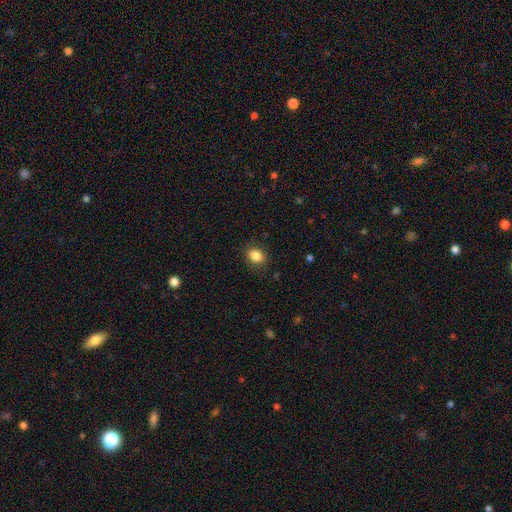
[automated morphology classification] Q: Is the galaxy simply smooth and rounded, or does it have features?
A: smooth — 85%.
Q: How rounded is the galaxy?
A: in between — 53%.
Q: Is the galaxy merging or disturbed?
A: none — 87%.